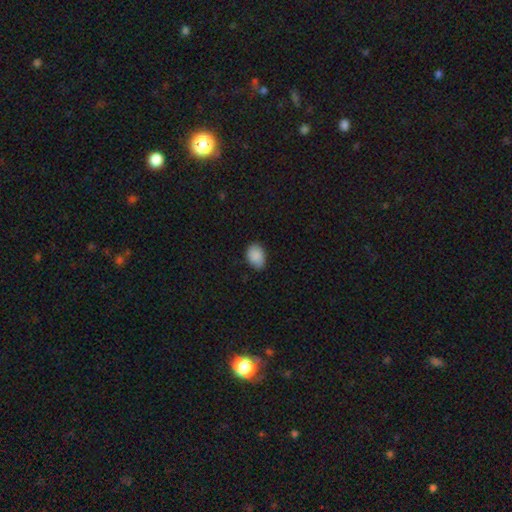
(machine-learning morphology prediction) A smooth galaxy with no disk features (89%) that is in between round and cigar-shaped (77%). Merging: none (77%).